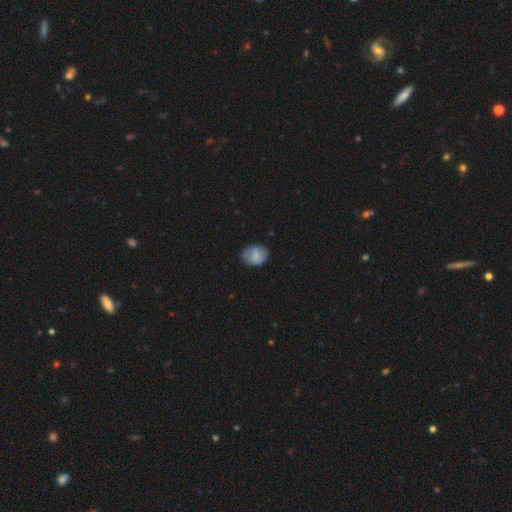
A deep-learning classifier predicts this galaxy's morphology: This appears to be a smooth galaxy with no disk features (74%) that is in between round and cigar-shaped (53%). Merging: none (75%).